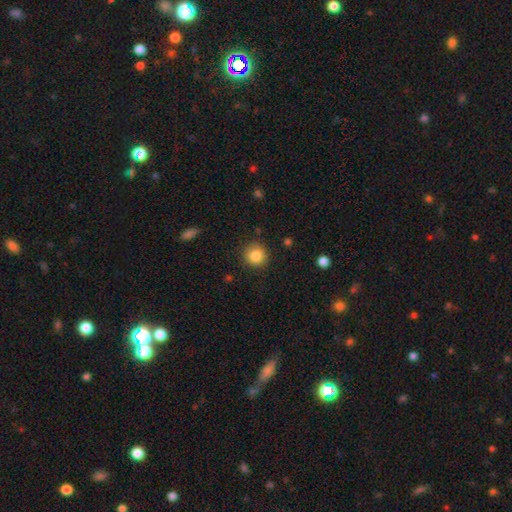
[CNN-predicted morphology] smooth 85%, star or artifact 10%, featured or disk 5%. Down the decision tree: how rounded — round (92%); merging — none (88%).